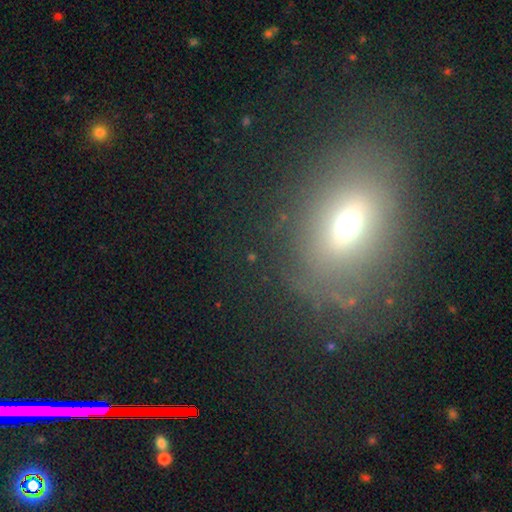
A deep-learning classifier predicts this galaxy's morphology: smooth_or_featured: smooth (p=0.48) [alt: star or artifact p=0.28]
merging: none (p=0.74) [alt: minor disturbance p=0.13]